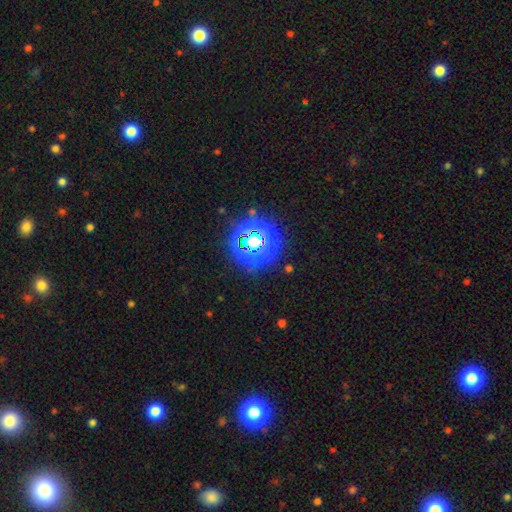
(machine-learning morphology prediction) A star or artifact, not a galaxy (79%).